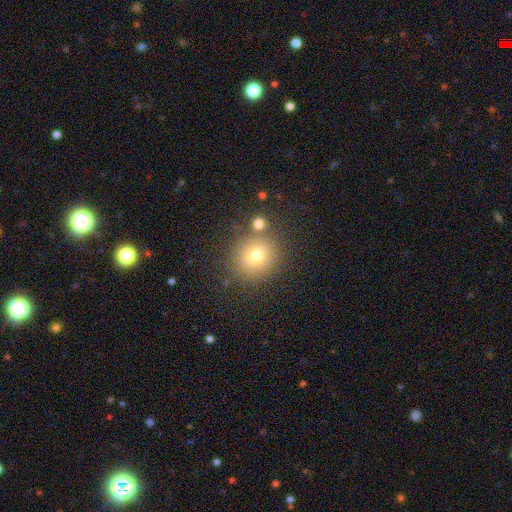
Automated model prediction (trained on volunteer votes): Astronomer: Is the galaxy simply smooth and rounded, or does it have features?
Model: smooth — 73%.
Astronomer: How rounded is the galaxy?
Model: round — 88%.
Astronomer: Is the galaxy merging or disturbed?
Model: none — 77%.